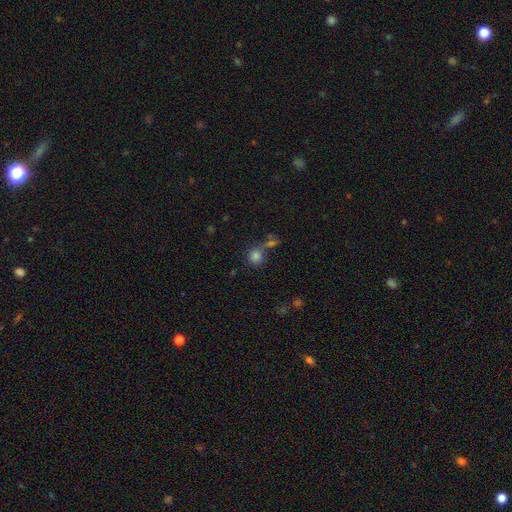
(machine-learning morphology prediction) Smooth or featured? Predicted: smooth (p=0.81). How rounded? Predicted: round (p=0.86). Merging? Predicted: none (p=0.56).